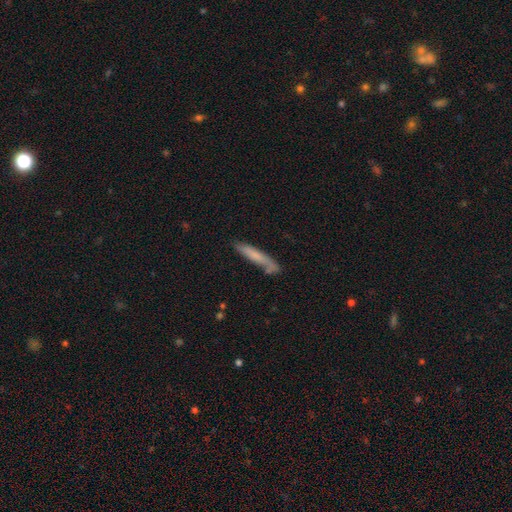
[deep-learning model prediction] A smooth galaxy with no disk features (66%) that is cigar-shaped (93%).

Vote fractions:
- Smooth or featured? smooth: 66% / featured or disk: 27% / star or artifact: 6%
- How rounded? cigar-shaped: 93% / in between: 6% / round: 1%
- Merging? none: 72% / minor disturbance: 19% / merger: 5% / major disturbance: 5%